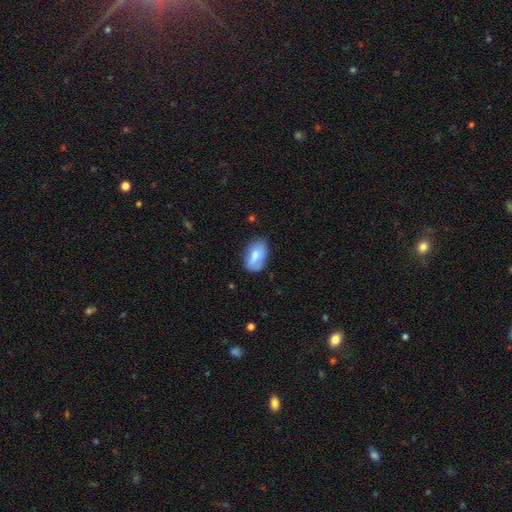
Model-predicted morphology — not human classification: smooth_or_featured: smooth (p=0.66) [alt: featured or disk p=0.26]
how_rounded: in between (p=0.91) [alt: round p=0.07]
merging: none (p=0.60) [alt: minor disturbance p=0.29]